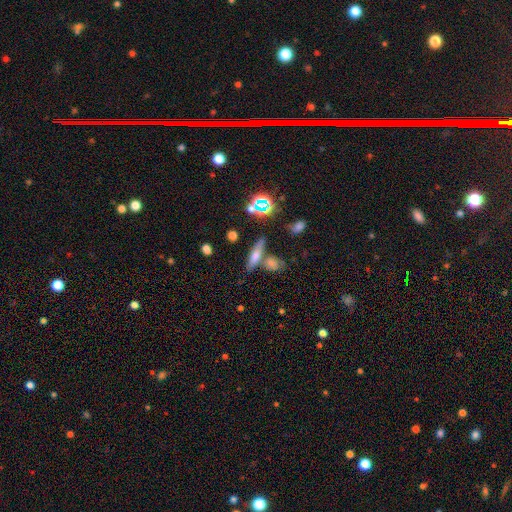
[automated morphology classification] smooth-or-featured: smooth: 50% | featured or disk: 34% | star or artifact: 17%
  merging: none: 67% | merger: 18% | minor disturbance: 12% | major disturbance: 4%